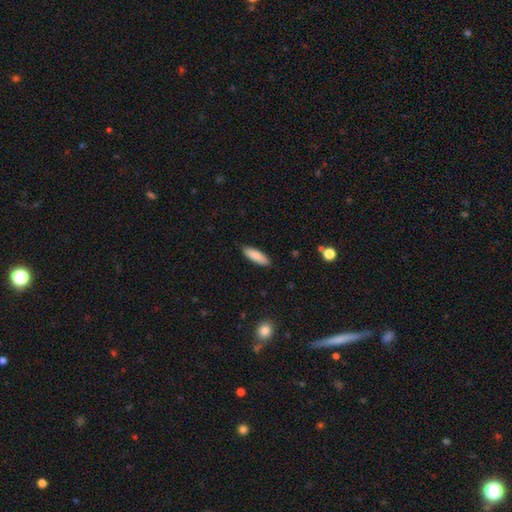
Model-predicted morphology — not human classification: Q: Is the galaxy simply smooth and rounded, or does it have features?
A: smooth — 87%.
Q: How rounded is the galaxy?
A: cigar-shaped — 52%.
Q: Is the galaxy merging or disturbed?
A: none — 88%.